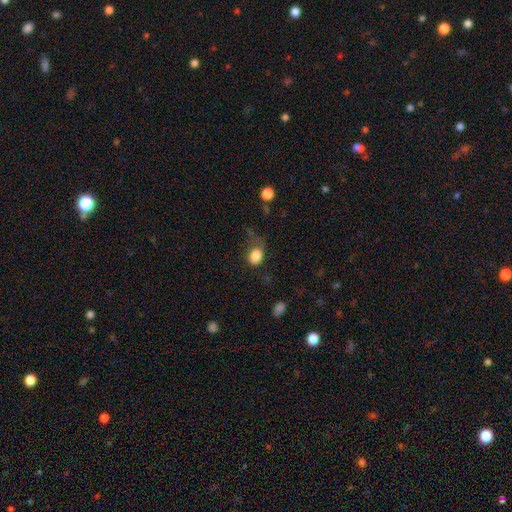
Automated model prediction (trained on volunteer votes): The model was most divided on "merging": none: 44%, minor disturbance: 28%, major disturbance: 25%, merger: 3%. More confident: smooth or featured — smooth (85%); how rounded — in between (60%).